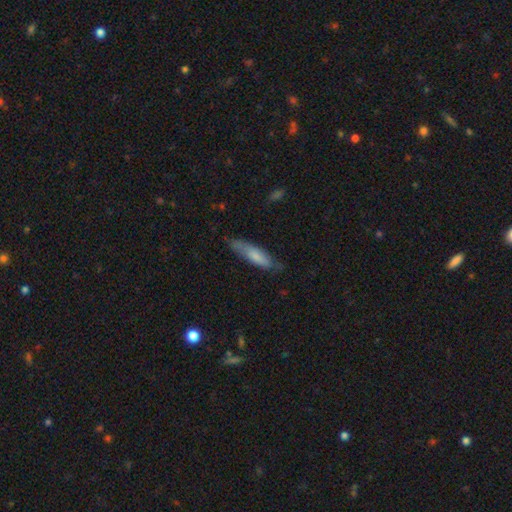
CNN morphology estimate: smooth-or-featured: smooth: 69% | featured or disk: 25% | star or artifact: 6%
  how-rounded: cigar-shaped: 66% | in between: 32% | round: 1%
  merging: none: 67% | minor disturbance: 25% | major disturbance: 6% | merger: 2%